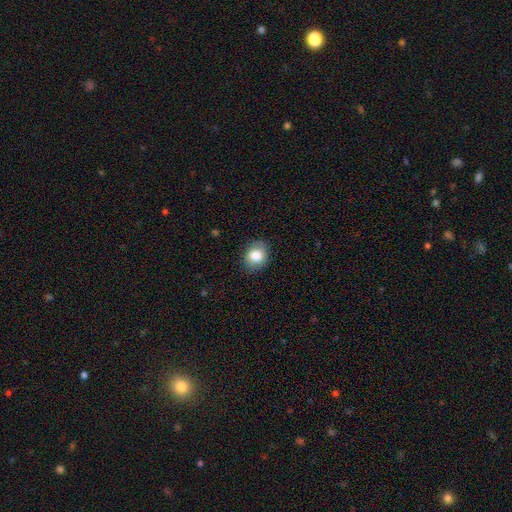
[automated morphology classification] smooth_or_featured: smooth (p=0.79) [alt: featured or disk p=0.13]
how_rounded: in between (p=0.50) [alt: round p=0.49]
merging: none (p=0.84) [alt: minor disturbance p=0.12]